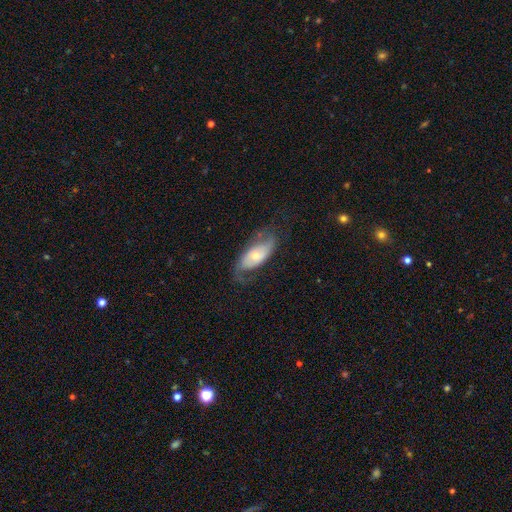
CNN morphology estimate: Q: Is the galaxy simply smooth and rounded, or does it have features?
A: featured or disk — 65%.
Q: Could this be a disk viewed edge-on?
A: no — 90%.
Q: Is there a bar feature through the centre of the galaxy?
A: no — 68%.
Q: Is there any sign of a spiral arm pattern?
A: yes — 83%.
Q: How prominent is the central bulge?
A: small — 49%.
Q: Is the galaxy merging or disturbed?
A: none — 59%.